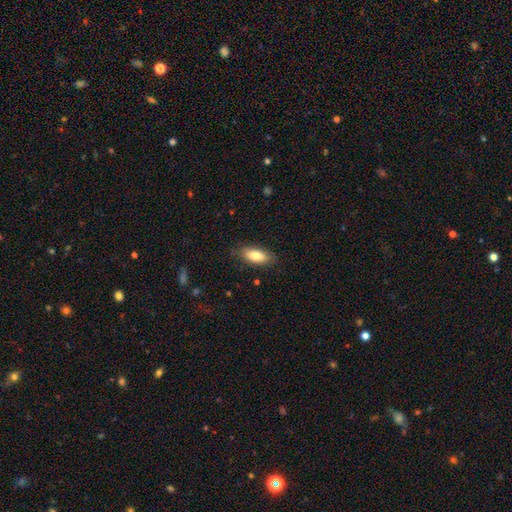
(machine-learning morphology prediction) The model was most divided on "how rounded": in between: 80%, cigar-shaped: 18%, round: 2%. More confident: merging — none (83%); smooth or featured — smooth (80%).